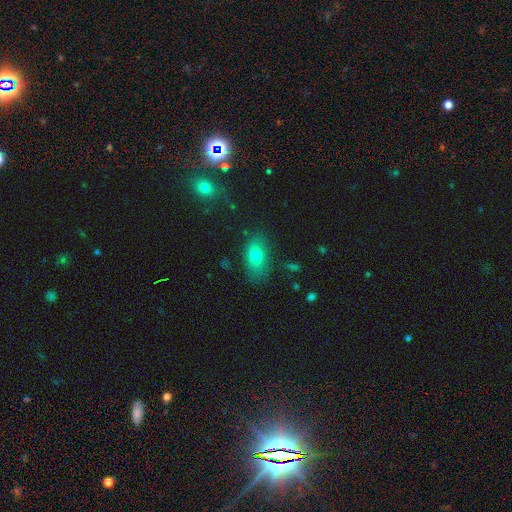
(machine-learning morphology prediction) A smooth galaxy with no disk features (75%) that is in between round and cigar-shaped (86%).

Vote fractions:
- Smooth or featured? smooth: 75% / featured or disk: 15% / star or artifact: 11%
- How rounded? in between: 86% / round: 10% / cigar-shaped: 4%
- Merging? none: 78% / minor disturbance: 15% / major disturbance: 5% / merger: 2%